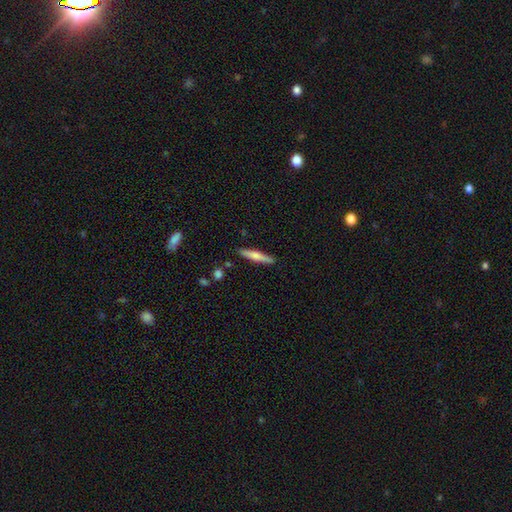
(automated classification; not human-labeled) smooth_or_featured: smooth (p=0.58) [alt: featured or disk p=0.36]
how_rounded: cigar-shaped (p=0.89) [alt: in between p=0.09]
merging: none (p=0.88) [alt: minor disturbance p=0.08]